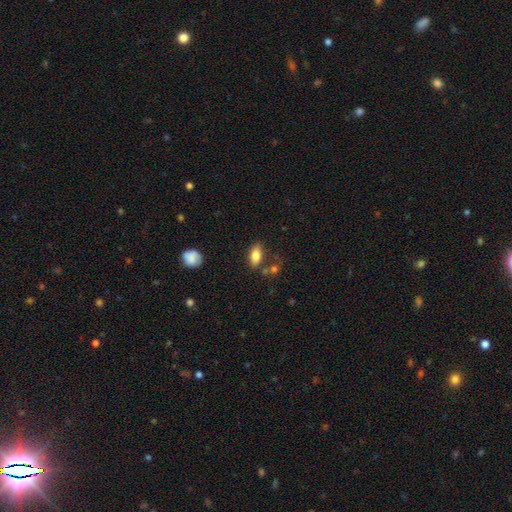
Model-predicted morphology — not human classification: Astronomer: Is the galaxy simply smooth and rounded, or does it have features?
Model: smooth — 82%.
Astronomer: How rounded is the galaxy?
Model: in between — 88%.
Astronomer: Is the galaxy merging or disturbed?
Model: none — 74%.